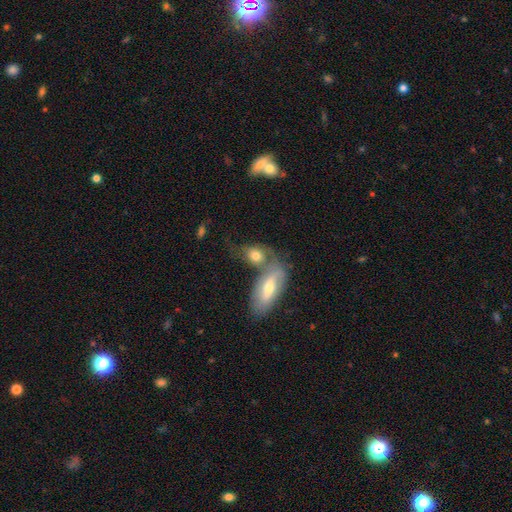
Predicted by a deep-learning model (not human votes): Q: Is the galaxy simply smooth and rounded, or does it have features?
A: smooth — 62%.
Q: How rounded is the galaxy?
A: in between — 74%.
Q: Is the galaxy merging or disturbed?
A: merger — 53%.